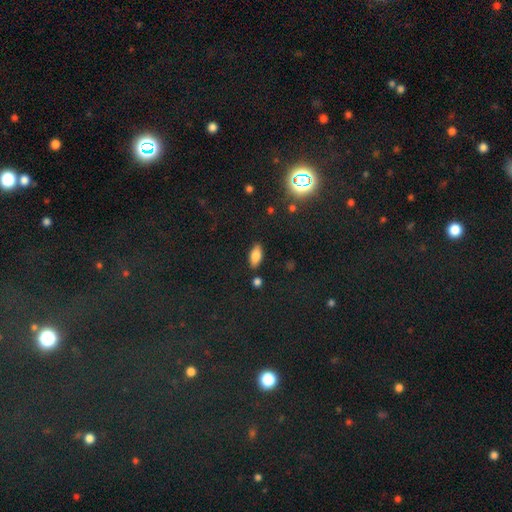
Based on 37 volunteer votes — Smooth or featured?
  - smooth: 86% *
  - featured or disk: 8%
  - star or artifact: 5%
How rounded?
  - in between: 69% *
  - cigar-shaped: 28%
  - round: 3%
Merging?
  - none: 86% *
  - minor disturbance: 11%
  - major disturbance: 3%
  - merger: 0%